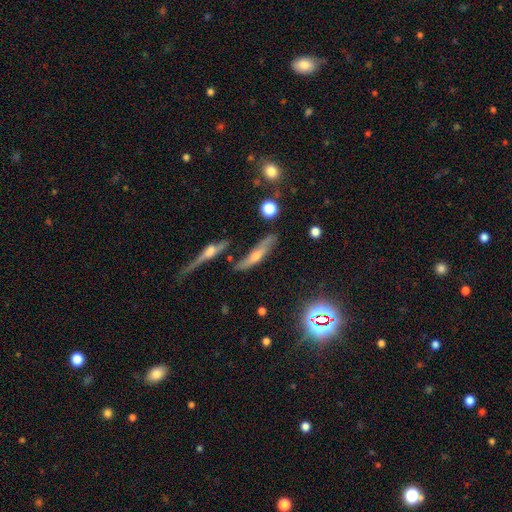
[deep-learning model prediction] smooth-or-featured: featured or disk: 49% | smooth: 37% | star or artifact: 14%
  merging: none: 60% | minor disturbance: 20% | merger: 12% | major disturbance: 8%